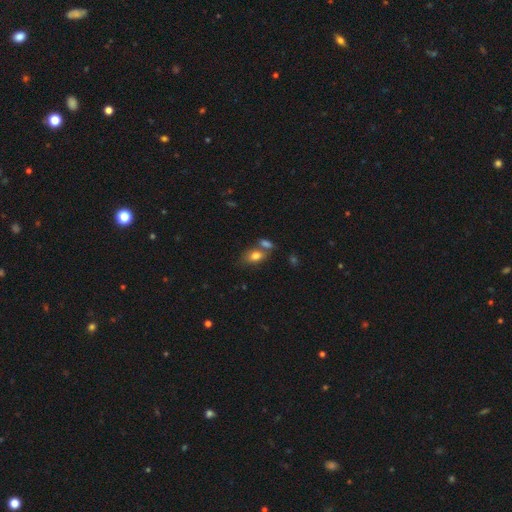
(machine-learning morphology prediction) Smooth or featured?
  - smooth: 79% *
  - featured or disk: 12%
  - star or artifact: 9%
How rounded?
  - in between: 85% *
  - round: 12%
  - cigar-shaped: 3%
Merging?
  - none: 52% *
  - merger: 30%
  - minor disturbance: 14%
  - major disturbance: 4%